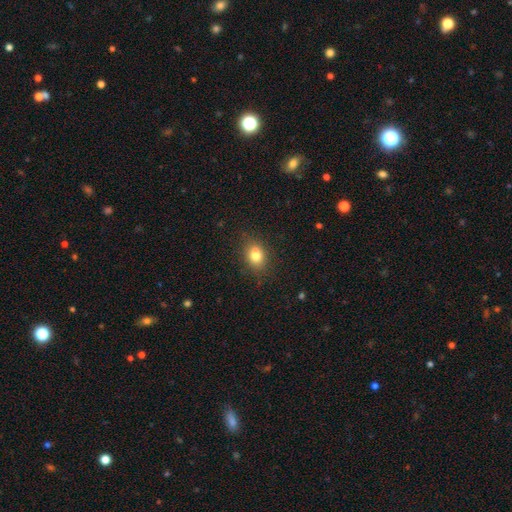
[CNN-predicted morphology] smooth 74%, featured or disk 15%, star or artifact 12%. Down the decision tree: how rounded — in between (57%); merging — none (57%).